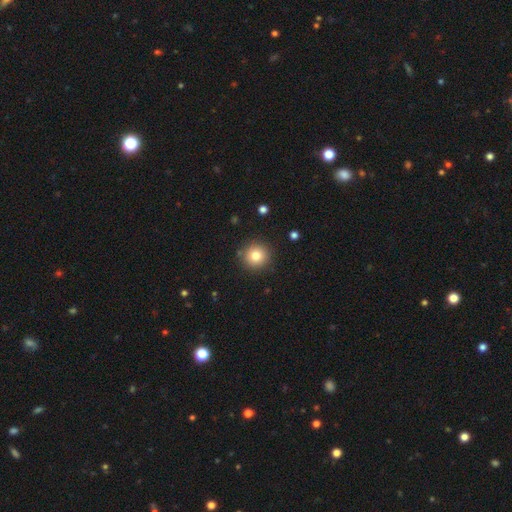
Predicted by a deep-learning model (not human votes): This appears to be a smooth galaxy with no disk features (80%) that is round (94%). Merging: none (88%).